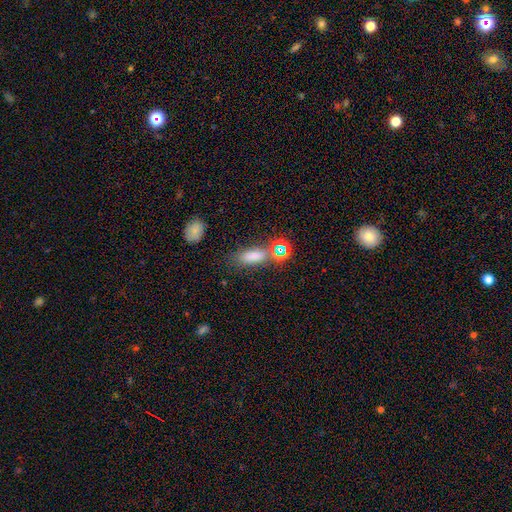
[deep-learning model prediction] A smooth galaxy with no disk features (68%) that is in between round and cigar-shaped (58%). Merging: none (60%).